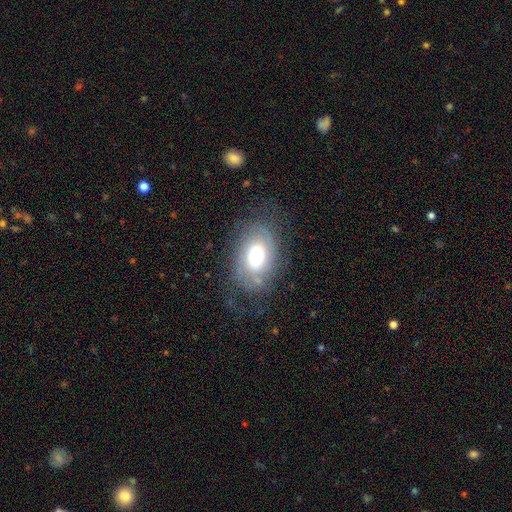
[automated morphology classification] Smooth or featured?
  - featured or disk: 61% *
  - smooth: 31%
  - star or artifact: 8%
Edge-on disk?
  - no: 95% *
  - yes: 5%
Bar?
  - no: 69% *
  - weak: 24%
  - strong: 6%
Spiral arms?
  - yes: 78% *
  - no: 22%
Bulge size?
  - moderate: 58% *
  - large: 26%
  - small: 11%
  - dominant: 4%
  - none: 1%
Merging?
  - none: 64% *
  - minor disturbance: 20%
  - major disturbance: 13%
  - merger: 2%